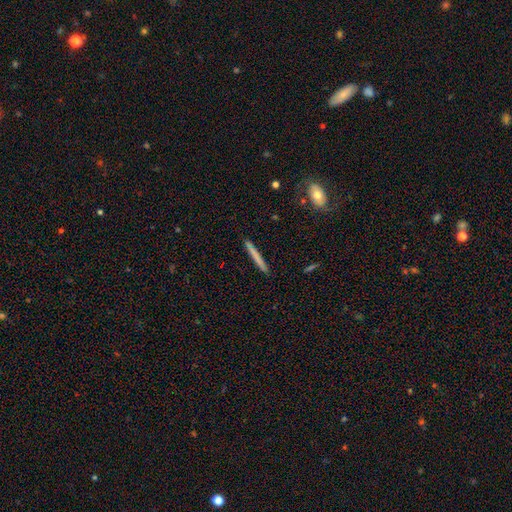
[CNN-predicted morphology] Smooth or featured? Predicted: smooth (p=0.66). How rounded? Predicted: cigar-shaped (p=0.96). Merging? Predicted: none (p=0.90).